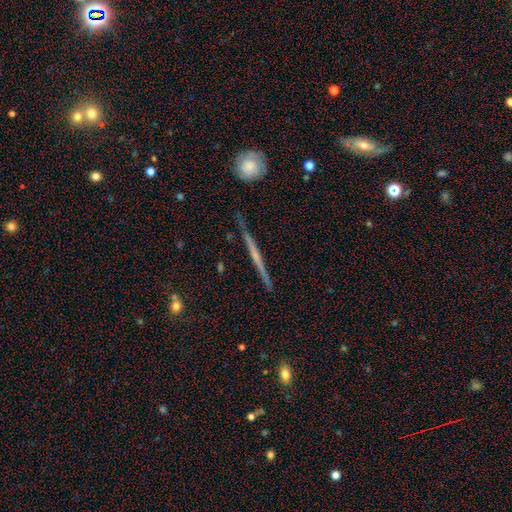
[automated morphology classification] Smooth or featured? featured or disk (70%)
Edge-on disk? yes (98%)
Edge-on bulge? none (61%)
Merging? none (90%)